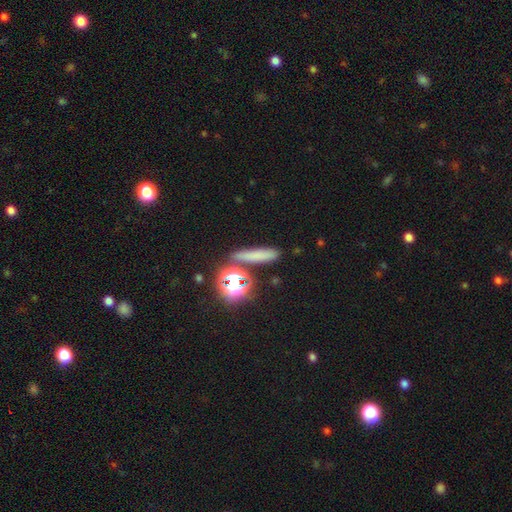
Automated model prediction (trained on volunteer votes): This appears to be a smooth galaxy with no disk features (64%) that is cigar-shaped (71%). Merging: none (79%).